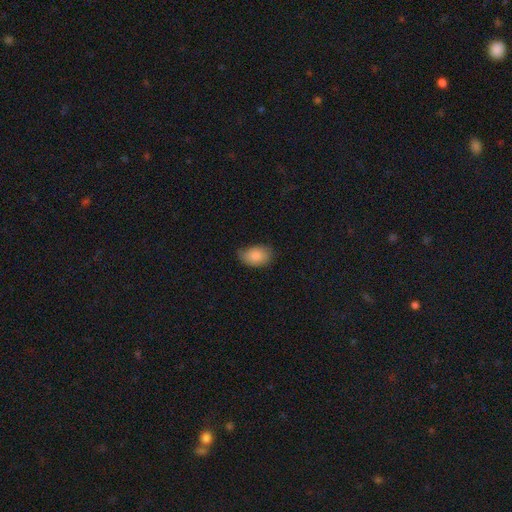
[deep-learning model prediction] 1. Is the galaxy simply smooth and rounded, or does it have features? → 86% smooth, 7% featured or disk, 7% star or artifact.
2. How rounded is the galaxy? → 87% in between, 12% round, 1% cigar-shaped.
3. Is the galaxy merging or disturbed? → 63% none, 30% minor disturbance, 5% major disturbance, 1% merger.